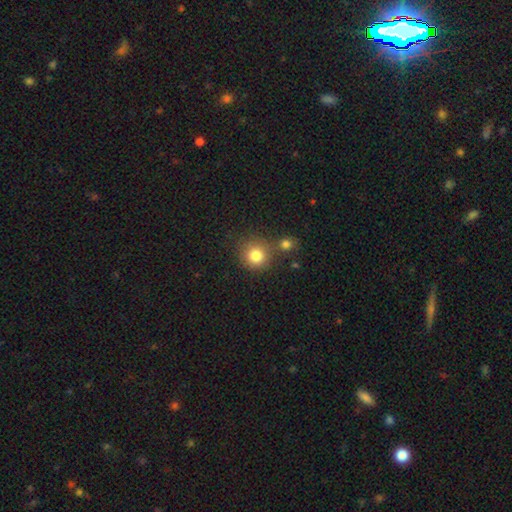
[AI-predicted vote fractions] This appears to be a smooth galaxy with no disk features (82%) that is round (91%). Merging: none (67%).